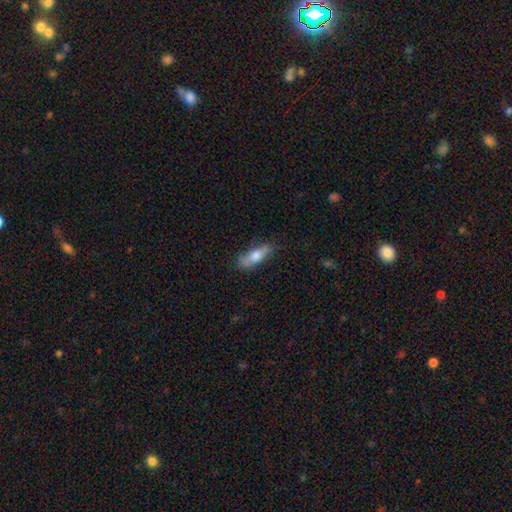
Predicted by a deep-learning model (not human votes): Overall: smooth (69%). How rounded: in between (53%; cigar-shaped 44%). Merging: none (72%).